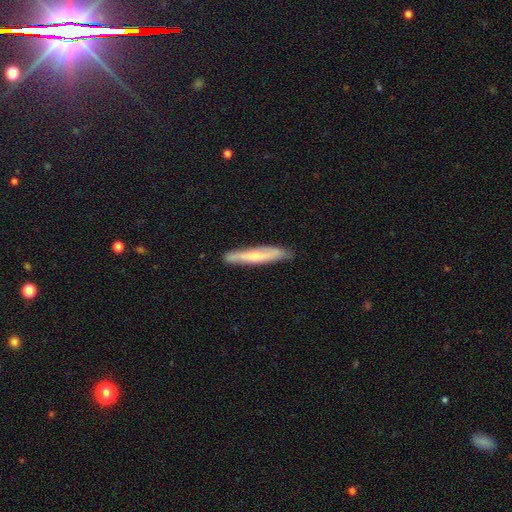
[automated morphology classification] A featured or disk galaxy (47%, tied with smooth). Merging: none (85%).